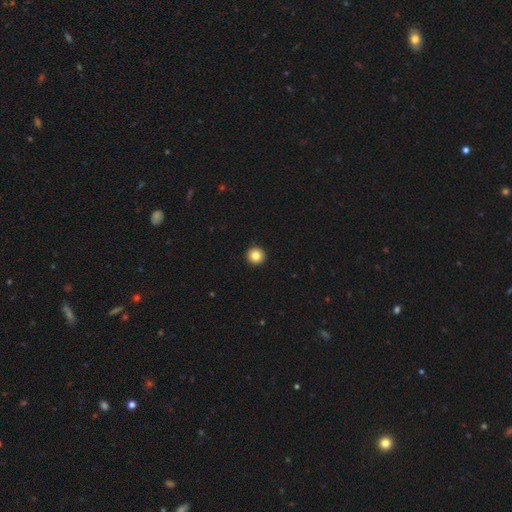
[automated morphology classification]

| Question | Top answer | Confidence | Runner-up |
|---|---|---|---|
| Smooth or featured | smooth | 84% | star or artifact (10%) |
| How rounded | round | 96% | in between (3%) |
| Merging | none | 94% | minor disturbance (3%) |